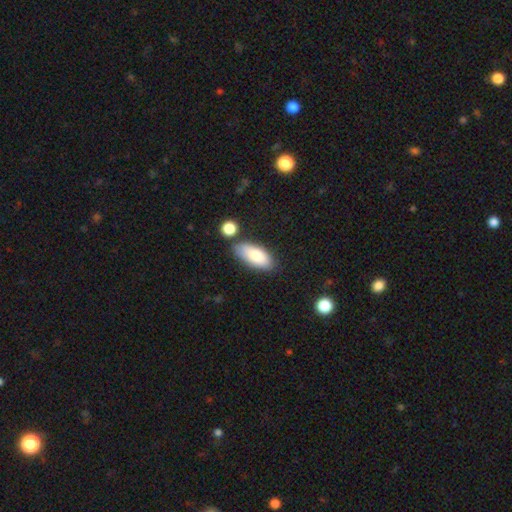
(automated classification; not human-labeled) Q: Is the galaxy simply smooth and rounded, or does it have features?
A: smooth — 79%.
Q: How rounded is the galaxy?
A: in between — 86%.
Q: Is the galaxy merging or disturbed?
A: none — 71%.